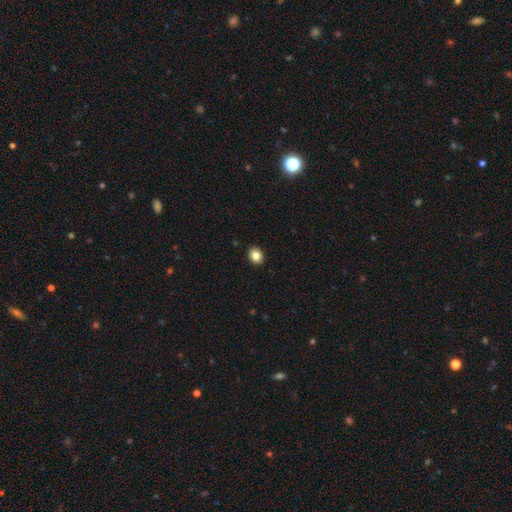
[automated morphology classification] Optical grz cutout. It shows a smooth galaxy with no disk features (83%) that is round (69%). Merging: none (92%).